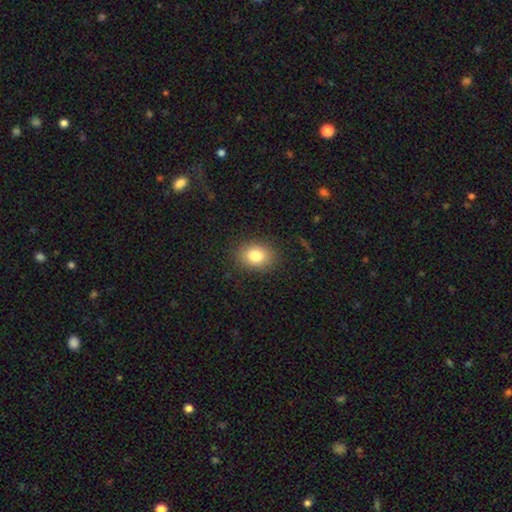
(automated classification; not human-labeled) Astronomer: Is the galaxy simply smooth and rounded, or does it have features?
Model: smooth — 82%.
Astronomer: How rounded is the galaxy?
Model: in between — 63%.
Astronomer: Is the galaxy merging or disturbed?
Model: none — 87%.